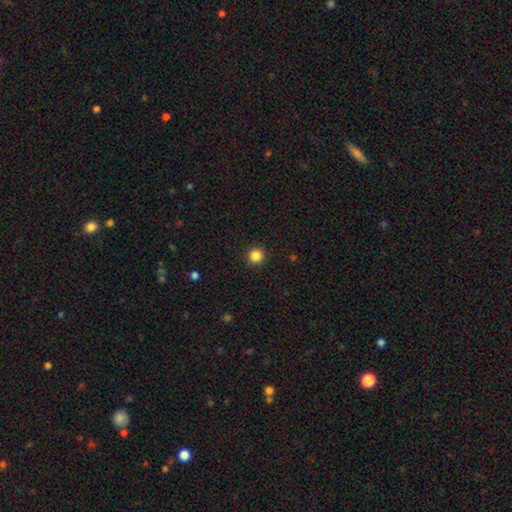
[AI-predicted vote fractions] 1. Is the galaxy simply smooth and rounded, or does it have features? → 86% smooth, 11% star or artifact, 3% featured or disk.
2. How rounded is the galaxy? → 95% round, 4% in between, 1% cigar-shaped.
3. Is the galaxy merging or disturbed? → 92% none, 5% minor disturbance, 2% major disturbance, 1% merger.